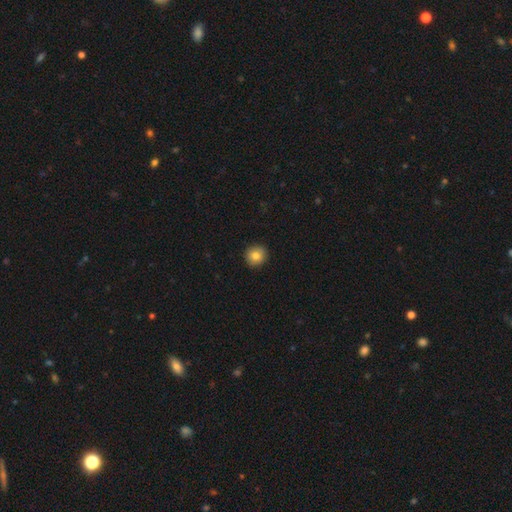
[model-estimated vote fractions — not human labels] smooth_or_featured: smooth (p=0.82) [alt: star or artifact p=0.09]
how_rounded: round (p=0.93) [alt: in between p=0.06]
merging: none (p=0.92) [alt: minor disturbance p=0.05]